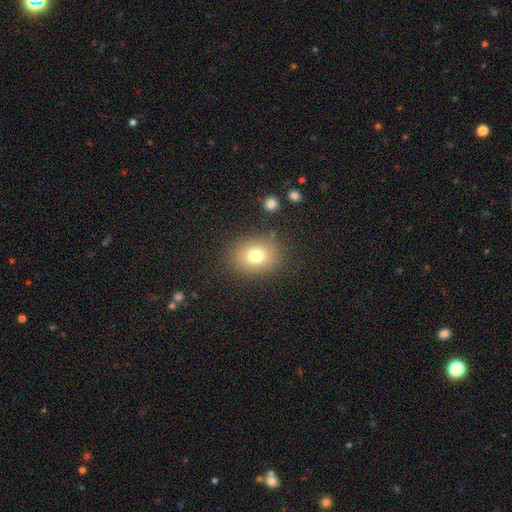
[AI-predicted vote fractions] Smooth or featured? smooth (76%)
How rounded? round (53%)
Merging? none (85%)